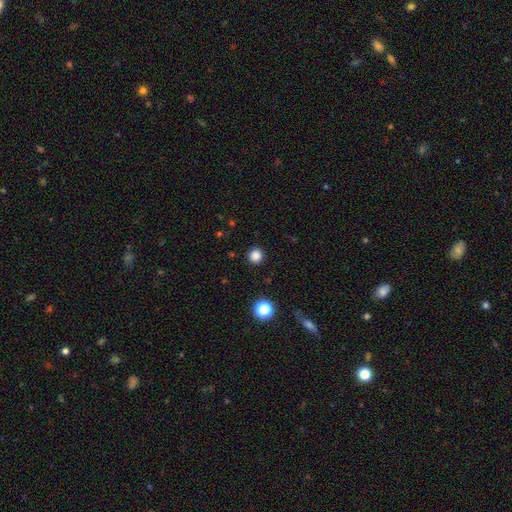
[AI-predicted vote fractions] Morphology: type=smooth (84%); roundness=round (94%); merging=none (92%).